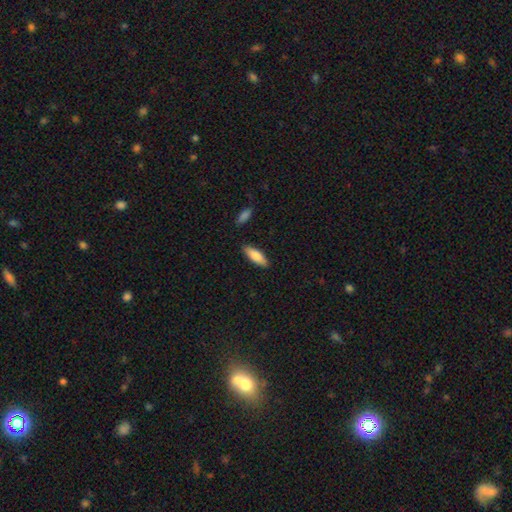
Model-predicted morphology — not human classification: This appears to be a smooth galaxy with no disk features (79%) that is in between round and cigar-shaped (61%). Merging: none (86%).